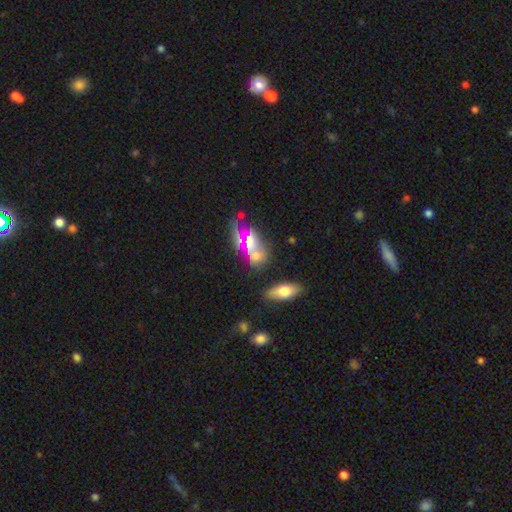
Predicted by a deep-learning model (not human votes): The model was most divided on "merging": none: 42%, merger: 34%, minor disturbance: 14%, major disturbance: 10%. Remaining: smooth or featured — smooth (49%).